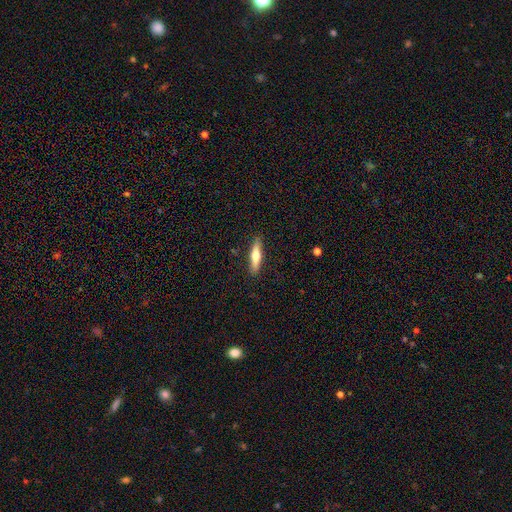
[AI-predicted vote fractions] The model was most divided on "smooth or featured": smooth: 54%, featured or disk: 40%, star or artifact: 6%. More confident: merging — none (89%); how rounded — cigar-shaped (77%).